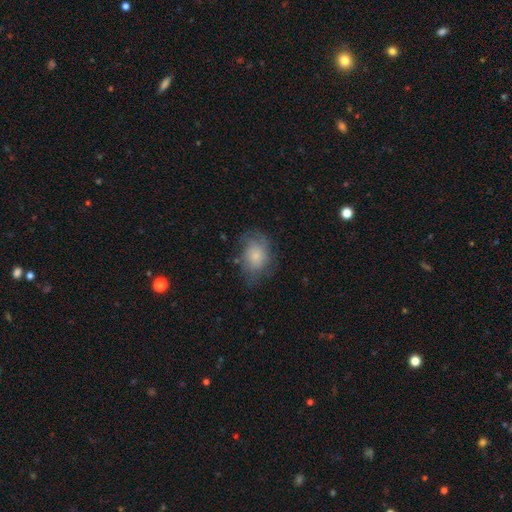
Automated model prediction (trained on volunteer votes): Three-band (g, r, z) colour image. It shows a smooth galaxy with no disk features (70%) that is in between round and cigar-shaped (61%). Merging: none (57%).